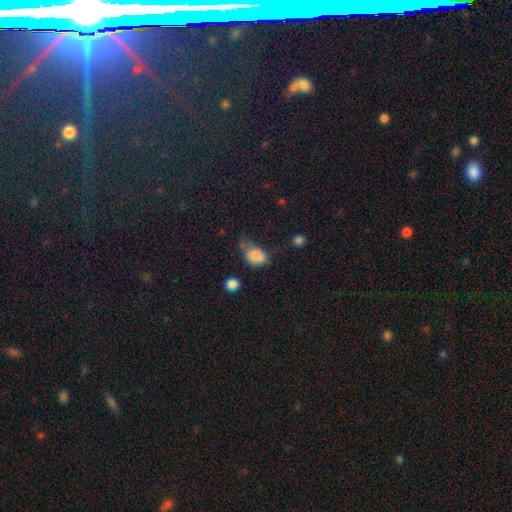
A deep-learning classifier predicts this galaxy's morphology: smooth_or_featured: smooth (p=0.80) [alt: star or artifact p=0.10]
how_rounded: in between (p=0.75) [alt: round p=0.23]
merging: minor disturbance (p=0.38) [alt: none p=0.30]